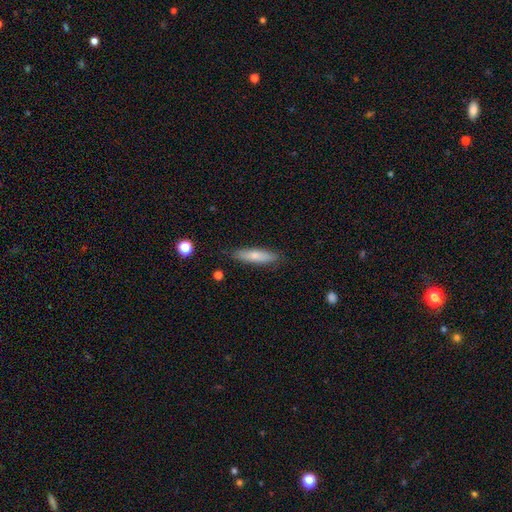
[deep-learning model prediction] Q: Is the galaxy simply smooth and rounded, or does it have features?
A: smooth — 71%.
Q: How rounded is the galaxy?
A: cigar-shaped — 74%.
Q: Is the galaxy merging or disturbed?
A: none — 84%.